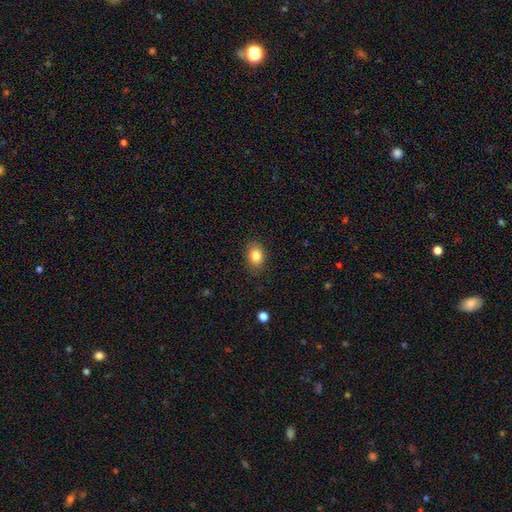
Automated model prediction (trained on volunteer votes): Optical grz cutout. It shows a smooth galaxy with no disk features (84%) that is in between round and cigar-shaped (67%). Merging: none (85%).